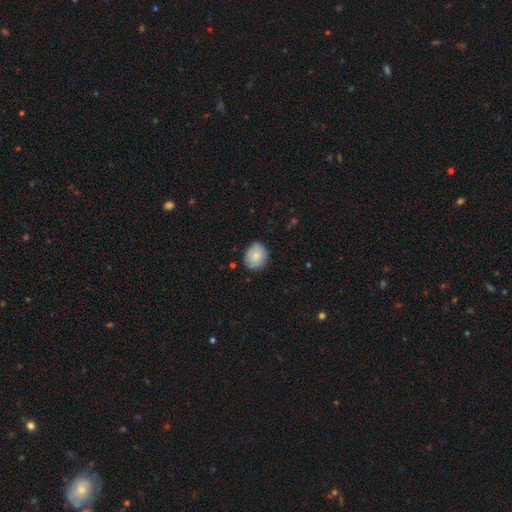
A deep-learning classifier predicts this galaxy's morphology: smooth 84%, featured or disk 9%, star or artifact 7%. Down the decision tree: how rounded — round (60%); merging — none (82%).